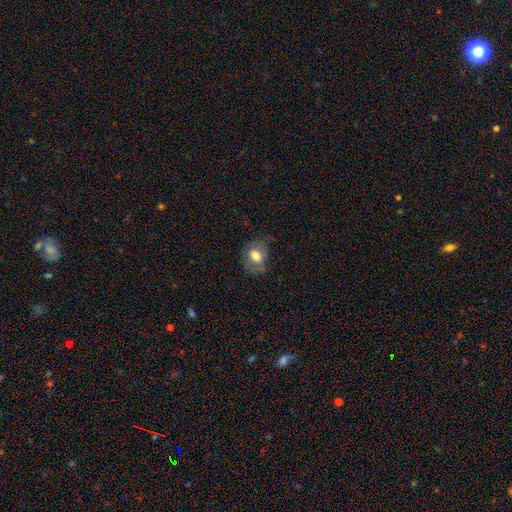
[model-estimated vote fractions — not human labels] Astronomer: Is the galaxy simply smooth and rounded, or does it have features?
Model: smooth — 72%.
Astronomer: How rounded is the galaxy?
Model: in between — 55% (runner-up: round, 44%).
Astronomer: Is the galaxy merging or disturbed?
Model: none — 49% (runner-up: minor disturbance, 32%).